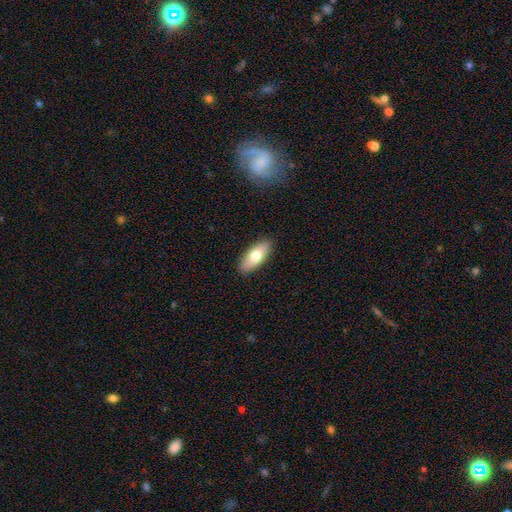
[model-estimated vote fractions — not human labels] Smooth or featured?
  - smooth: 74% *
  - featured or disk: 19%
  - star or artifact: 6%
How rounded?
  - in between: 85% *
  - cigar-shaped: 12%
  - round: 2%
Merging?
  - none: 89% *
  - minor disturbance: 8%
  - major disturbance: 2%
  - merger: 1%